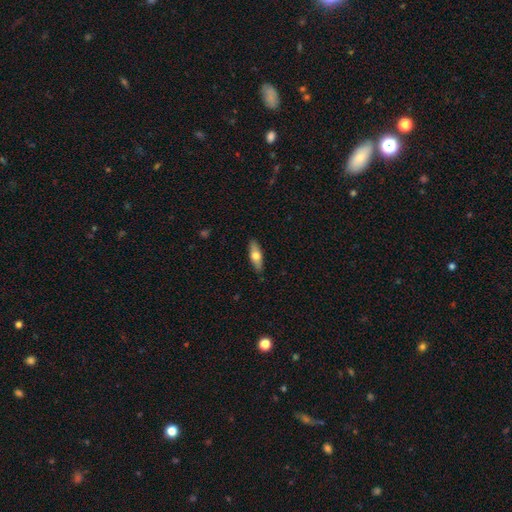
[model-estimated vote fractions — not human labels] smooth 65%, featured or disk 30%, star or artifact 6%. Down the decision tree: how rounded — in between (60%); merging — none (87%).